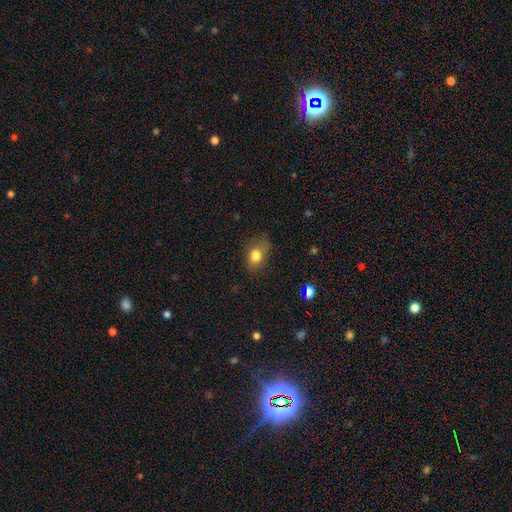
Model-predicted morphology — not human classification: Smooth or featured? Predicted: smooth (p=0.80). How rounded? Predicted: in between (p=0.71). Merging? Predicted: none (p=0.65).